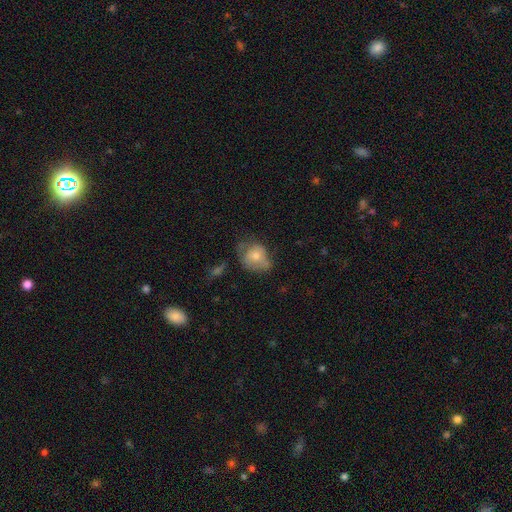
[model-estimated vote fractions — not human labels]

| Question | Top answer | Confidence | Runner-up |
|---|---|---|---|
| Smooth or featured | smooth | 57% | featured or disk (33%) |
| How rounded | round | 53% | in between (46%) |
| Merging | none | 41% | minor disturbance (34%) |